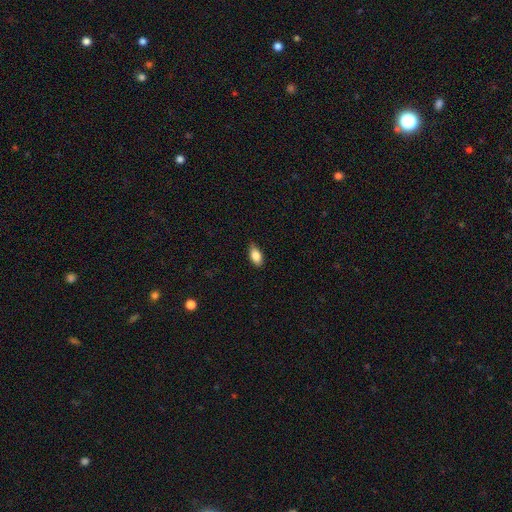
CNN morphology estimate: Smooth or featured? smooth (85%)
How rounded? in between (90%)
Merging? none (80%)